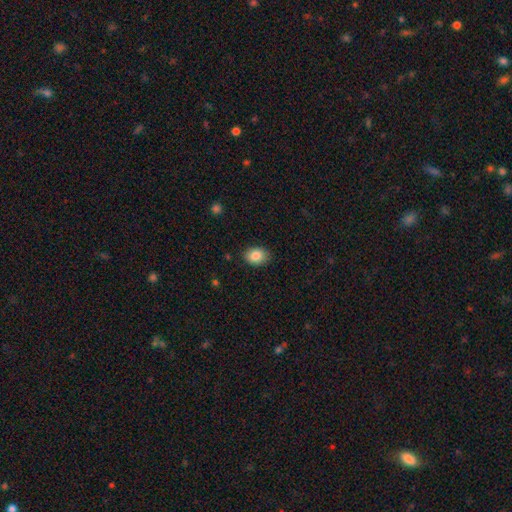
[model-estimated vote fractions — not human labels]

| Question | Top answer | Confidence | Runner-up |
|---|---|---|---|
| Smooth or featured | smooth | 86% | star or artifact (8%) |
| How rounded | in between | 72% | round (27%) |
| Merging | none | 85% | minor disturbance (12%) |